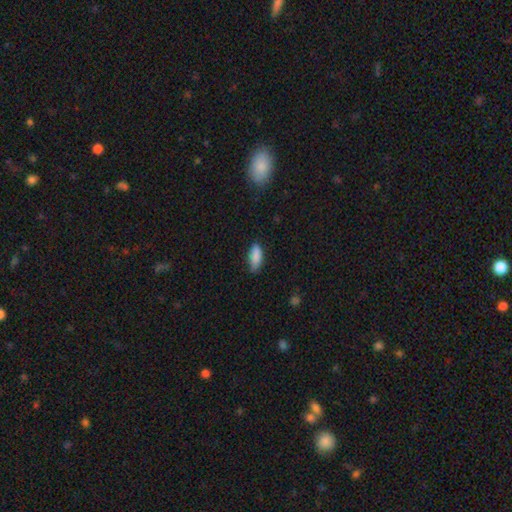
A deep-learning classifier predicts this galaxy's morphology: This appears to be a smooth galaxy with no disk features (87%) that is in between round and cigar-shaped (77%). Merging: none (70%).